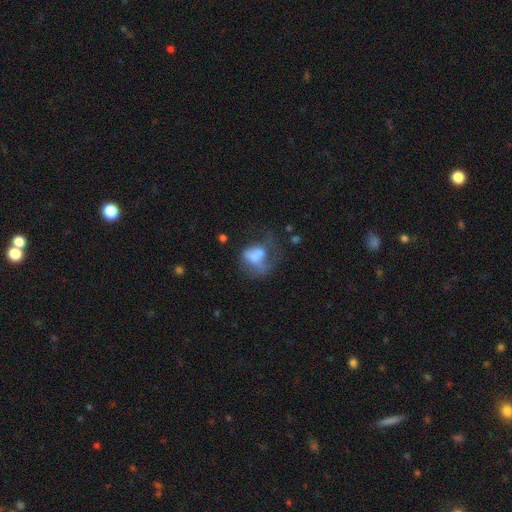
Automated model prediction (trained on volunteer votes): Q: Smooth or featured?
A: smooth (53%); runner-up: featured or disk (36%)
Q: How rounded?
A: in between (63%); runner-up: round (35%)
Q: Merging?
A: major disturbance (36%); runner-up: merger (33%)